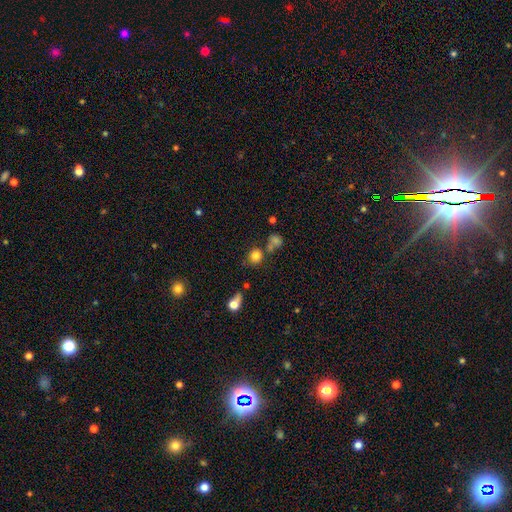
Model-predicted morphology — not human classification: Q: Smooth or featured?
A: smooth (80%); runner-up: star or artifact (13%)
Q: How rounded?
A: round (87%); runner-up: in between (11%)
Q: Merging?
A: none (70%); runner-up: merger (14%)